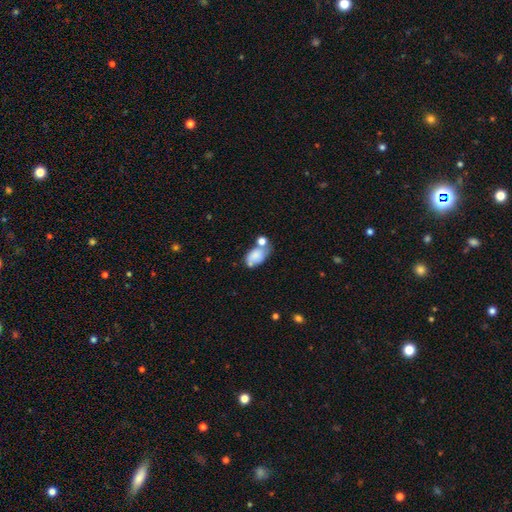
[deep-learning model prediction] Overall: smooth (73%). How rounded: in between (89%). Merging: merger (35%; none 34%).